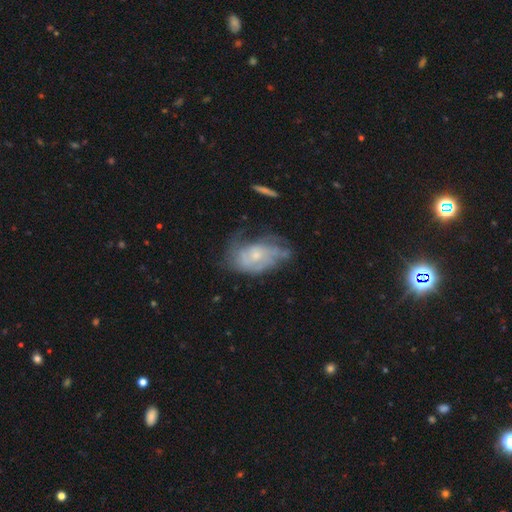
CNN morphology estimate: Smooth or featured: featured or disk — 64% (smooth — 27%)
Edge-on disk: no — 96% (yes — 4%)
Bar: no — 77% (weak — 20%)
Spiral arms: yes — 68% (no — 32%)
Bulge size: small — 61% (moderate — 31%)
Merging: none — 41% (minor disturbance — 30%)